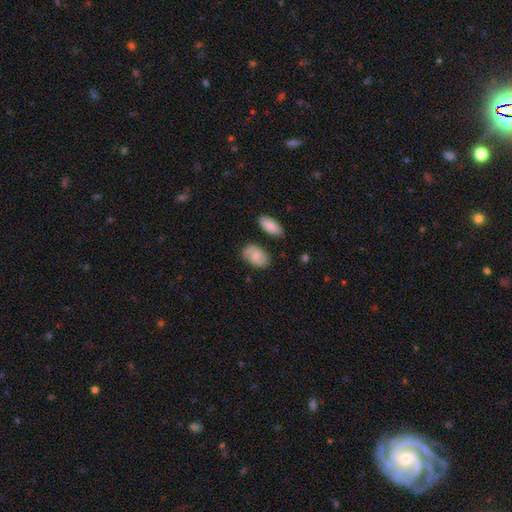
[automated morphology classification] Overall: smooth (53%; featured or disk 40%). How rounded: in between (86%). Merging: none (73%).